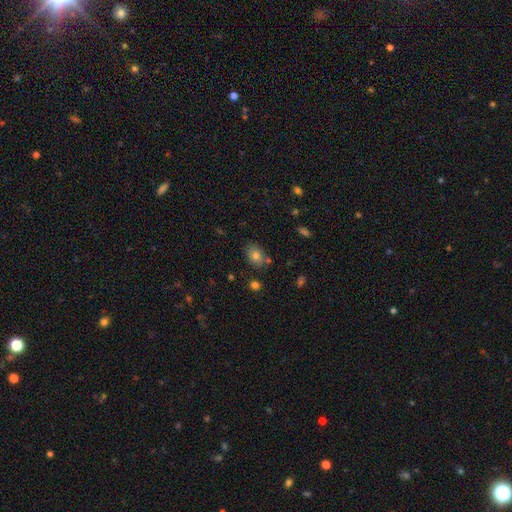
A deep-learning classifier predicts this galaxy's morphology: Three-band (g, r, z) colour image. It shows a smooth galaxy with no disk features (79%) that is in between round and cigar-shaped (75%). Merging: none (76%).